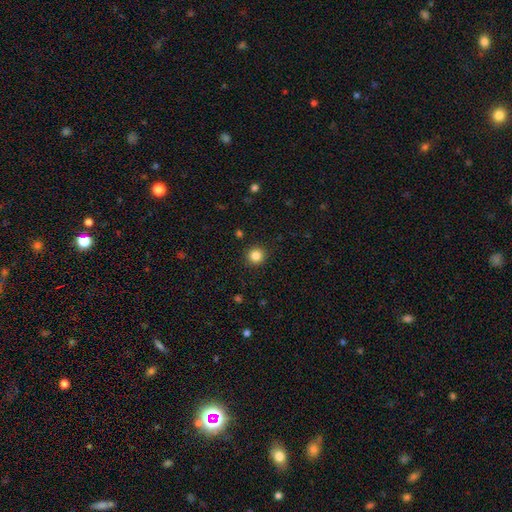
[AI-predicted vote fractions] Smooth or featured: smooth — 85% (star or artifact — 11%)
How rounded: round — 94% (in between — 5%)
Merging: none — 92% (minor disturbance — 5%)